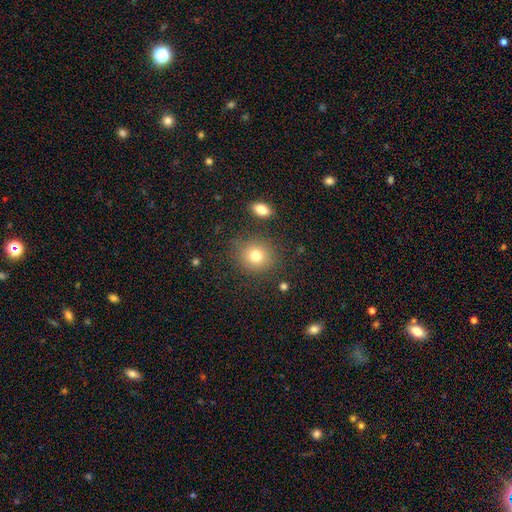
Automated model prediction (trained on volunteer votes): This is likely a smooth galaxy (79%). How rounded: clearly round (82%). Merging: clearly none (83%).